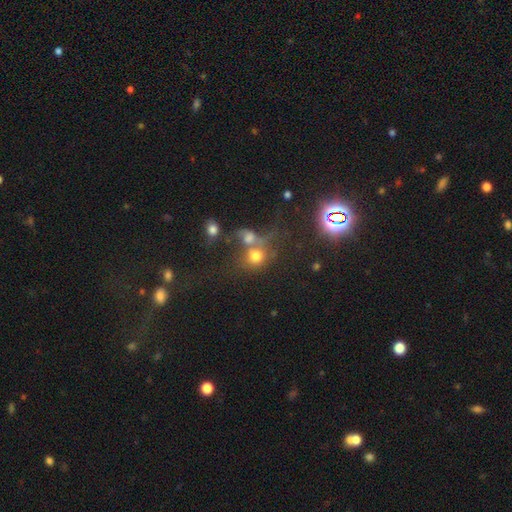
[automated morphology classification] A smooth galaxy with no disk features (67%) that is round (76%).

Vote fractions:
- Smooth or featured? smooth: 67% / star or artifact: 18% / featured or disk: 16%
- How rounded? round: 76% / in between: 22% / cigar-shaped: 1%
- Merging? merger: 46% / none: 34% / major disturbance: 11% / minor disturbance: 10%